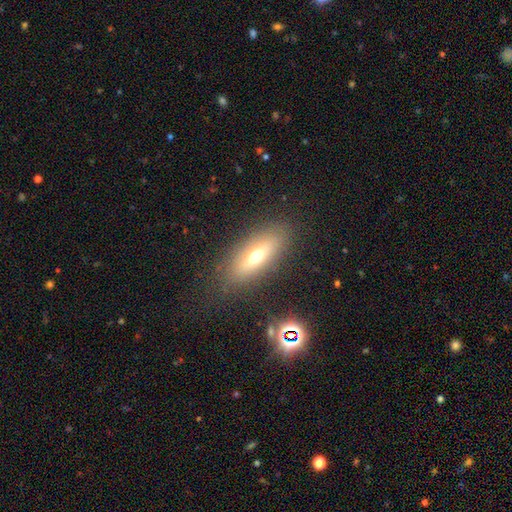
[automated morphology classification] A smooth galaxy with no disk features (58%) that is in between round and cigar-shaped (65%).

Vote fractions:
- Smooth or featured? smooth: 58% / featured or disk: 31% / star or artifact: 11%
- How rounded? in between: 65% / cigar-shaped: 31% / round: 4%
- Merging? none: 83% / minor disturbance: 11% / major disturbance: 5% / merger: 2%